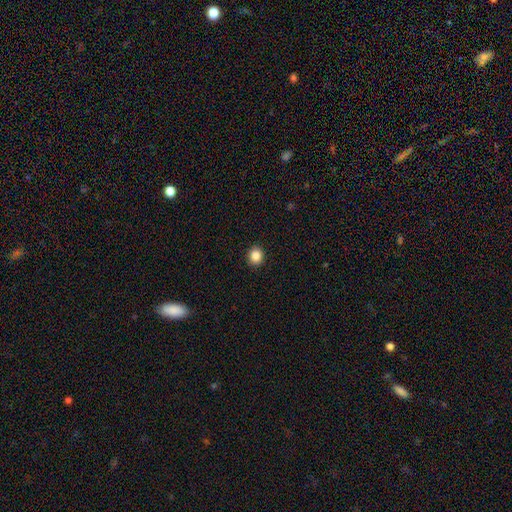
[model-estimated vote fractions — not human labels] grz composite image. It shows a smooth galaxy with no disk features (85%) that is round (79%). Merging: none (92%).